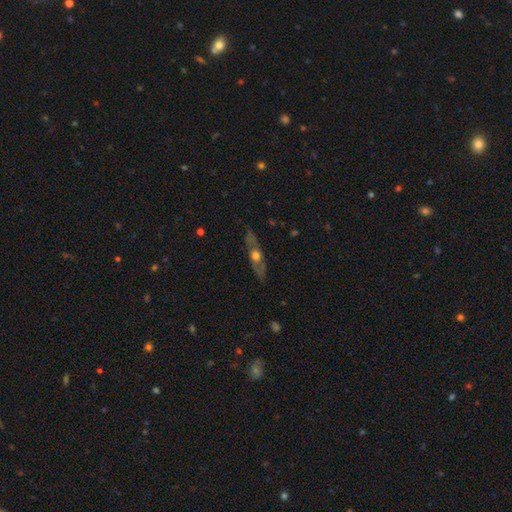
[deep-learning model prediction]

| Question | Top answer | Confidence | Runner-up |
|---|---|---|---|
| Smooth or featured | featured or disk | 63% | smooth (30%) |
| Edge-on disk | yes | 68% | no (32%) |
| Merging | none | 81% | minor disturbance (14%) |